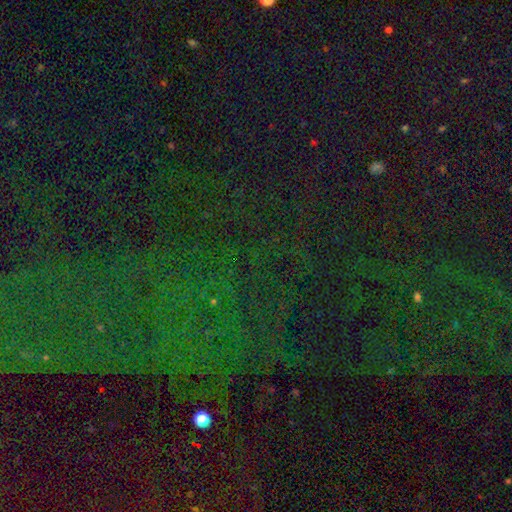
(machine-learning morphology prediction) A star or artifact, not a galaxy (81%).